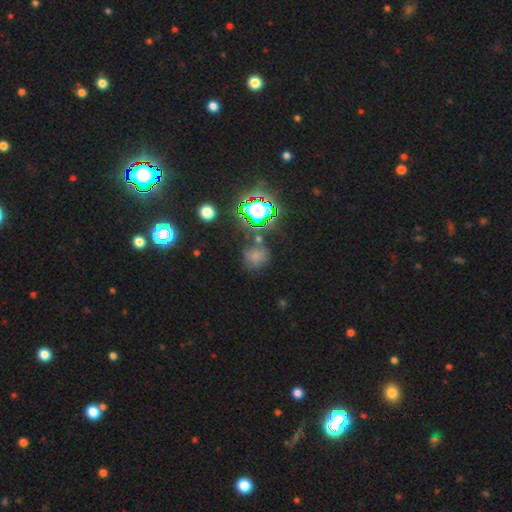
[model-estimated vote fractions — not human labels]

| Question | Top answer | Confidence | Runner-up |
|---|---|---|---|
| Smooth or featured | smooth | 55% | star or artifact (33%) |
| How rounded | round | 84% | in between (15%) |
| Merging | none | 69% | minor disturbance (16%) |